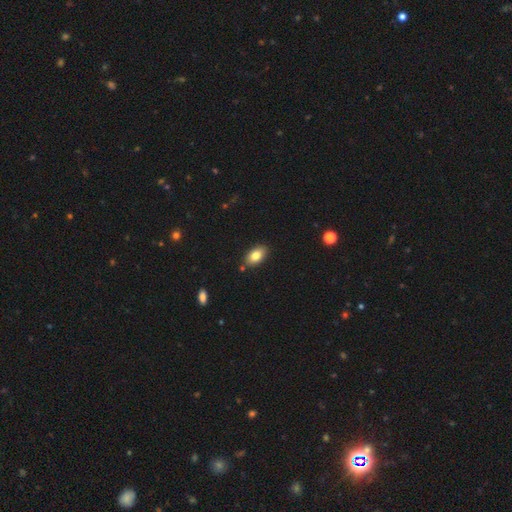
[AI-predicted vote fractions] This appears to be a smooth galaxy with no disk features (82%) that is in between round and cigar-shaped (91%). Merging: none (83%).